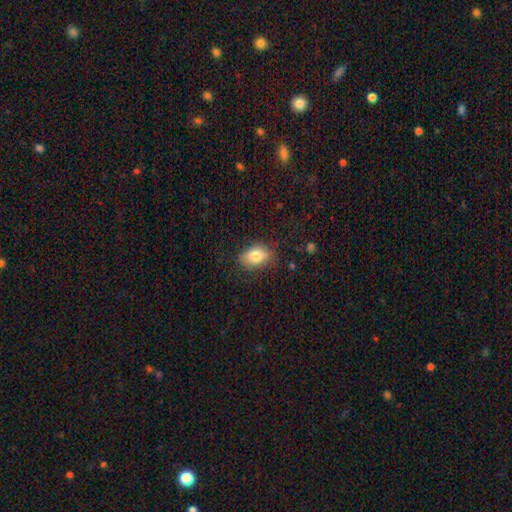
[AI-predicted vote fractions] Smooth or featured? smooth (80%)
How rounded? in between (85%)
Merging? none (79%)